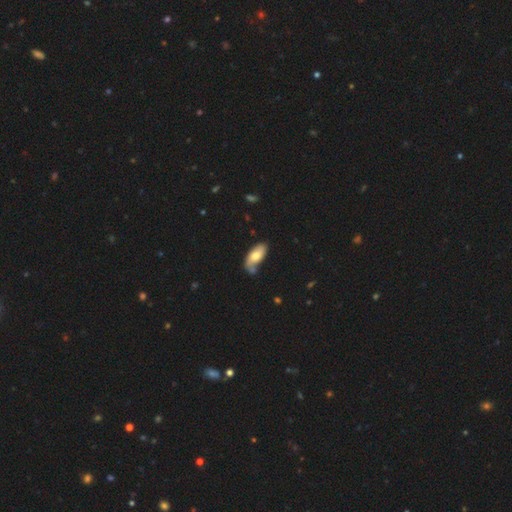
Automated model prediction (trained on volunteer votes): This is likely a smooth galaxy (62%). How rounded: clearly in between (89%). Merging: possibly none (52%).